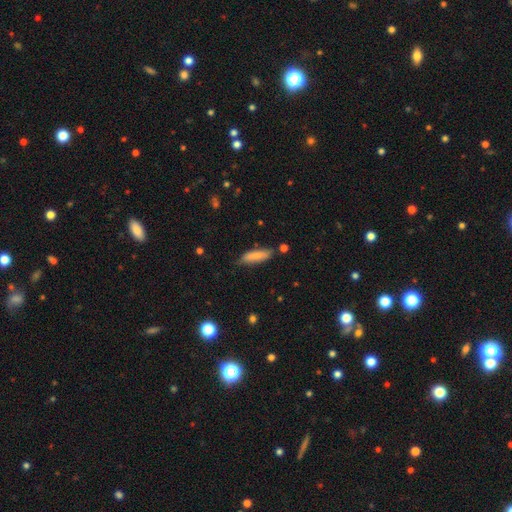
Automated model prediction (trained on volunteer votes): A smooth galaxy with no disk features (77%) that is cigar-shaped (60%).

Vote fractions:
- Smooth or featured? smooth: 77% / featured or disk: 17% / star or artifact: 6%
- How rounded? cigar-shaped: 60% / in between: 38% / round: 2%
- Merging? none: 76% / minor disturbance: 17% / merger: 3% / major disturbance: 3%